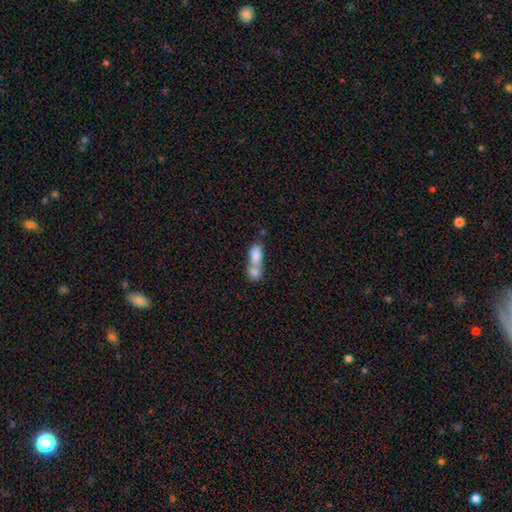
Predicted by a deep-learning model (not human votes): Morphology: type=smooth (77%); roundness=in between (77%); merging=merger (75%).